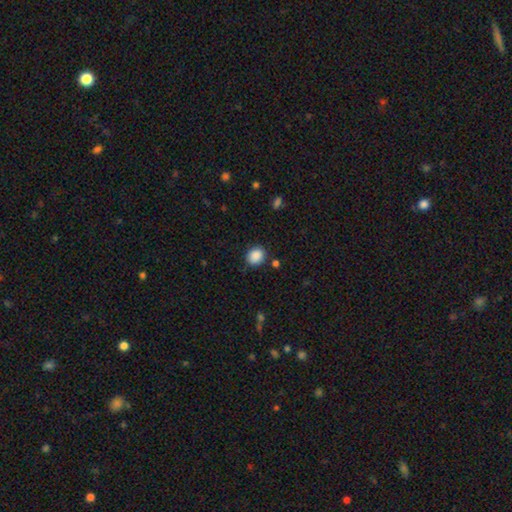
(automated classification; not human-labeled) Q: Smooth or featured?
A: smooth (88%); runner-up: star or artifact (9%)
Q: How rounded?
A: round (65%); runner-up: in between (35%)
Q: Merging?
A: none (84%); runner-up: minor disturbance (11%)